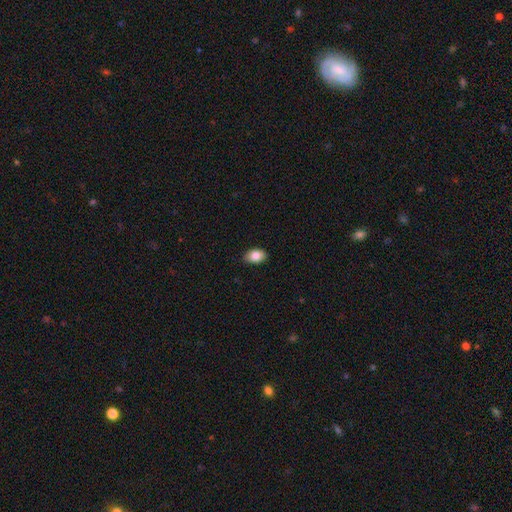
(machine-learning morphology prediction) The model was most divided on "how rounded": in between: 86%, round: 13%, cigar-shaped: 1%. More confident: merging — none (86%); smooth or featured — smooth (85%).